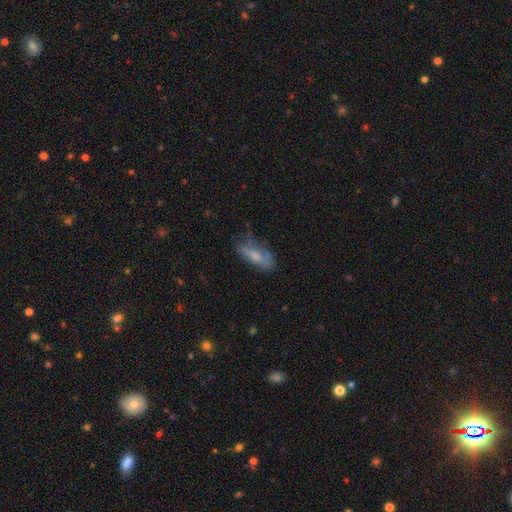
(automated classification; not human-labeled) Smooth or featured? Predicted: smooth (p=0.59). How rounded? Predicted: in between (p=0.61). Merging? Predicted: none (p=0.54).